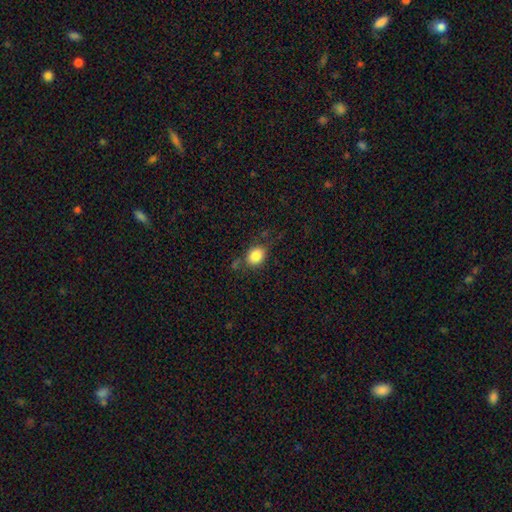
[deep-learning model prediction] This appears to be a smooth galaxy with no disk features (84%) that is in between round and cigar-shaped (60%). Merging: none (68%).